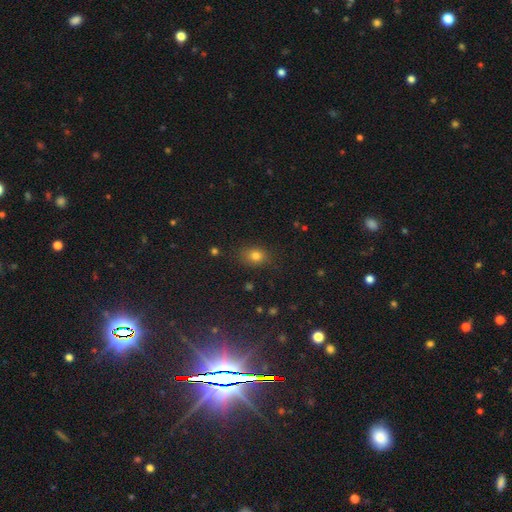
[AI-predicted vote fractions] Smooth or featured? smooth (78%)
How rounded? in between (54%)
Merging? none (80%)